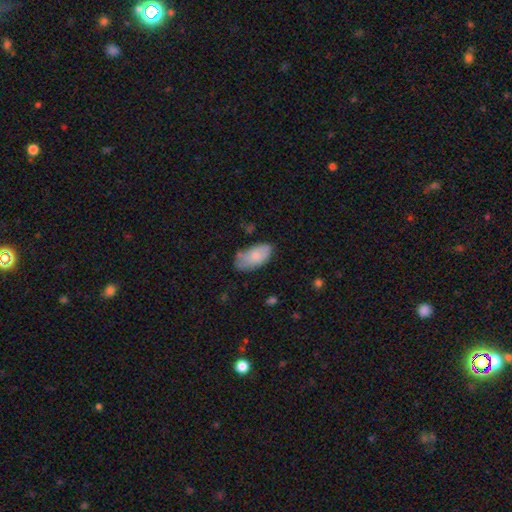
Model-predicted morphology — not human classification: Q: Smooth or featured?
A: smooth (76%); runner-up: featured or disk (17%)
Q: How rounded?
A: in between (94%); runner-up: cigar-shaped (3%)
Q: Merging?
A: none (62%); runner-up: minor disturbance (28%)